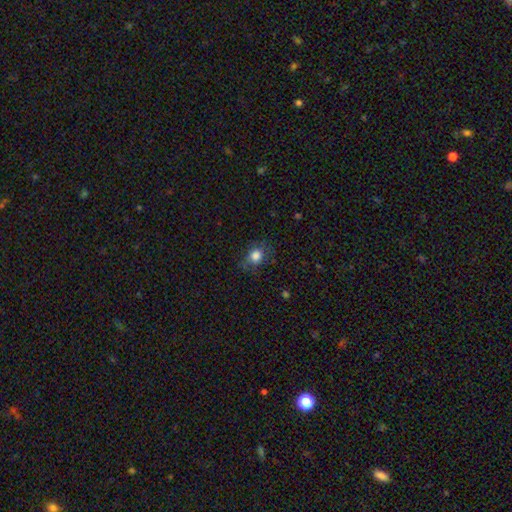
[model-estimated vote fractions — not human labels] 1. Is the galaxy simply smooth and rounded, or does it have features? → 80% smooth, 11% star or artifact, 9% featured or disk.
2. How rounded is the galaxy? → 63% round, 35% in between, 1% cigar-shaped.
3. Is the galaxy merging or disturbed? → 69% none, 21% minor disturbance, 9% major disturbance, 1% merger.